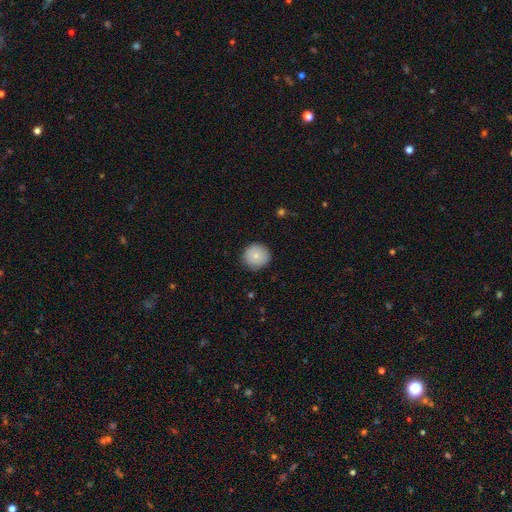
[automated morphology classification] smooth_or_featured: smooth (p=0.81) [alt: featured or disk p=0.11]
how_rounded: round (p=0.94) [alt: in between p=0.05]
merging: none (p=0.88) [alt: minor disturbance p=0.09]